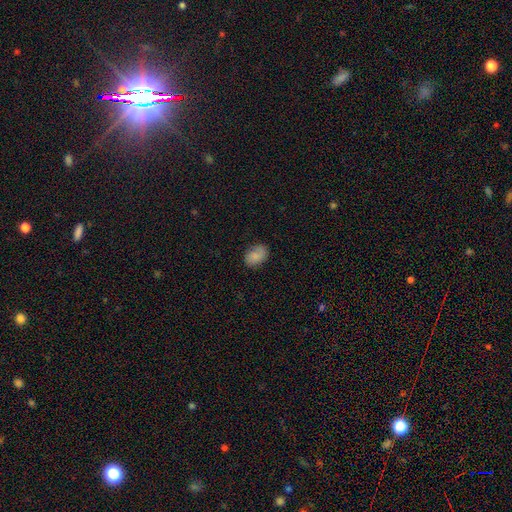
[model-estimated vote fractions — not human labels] Smooth or featured: smooth — 81% (featured or disk — 11%)
How rounded: in between — 78% (round — 21%)
Merging: none — 77% (minor disturbance — 18%)